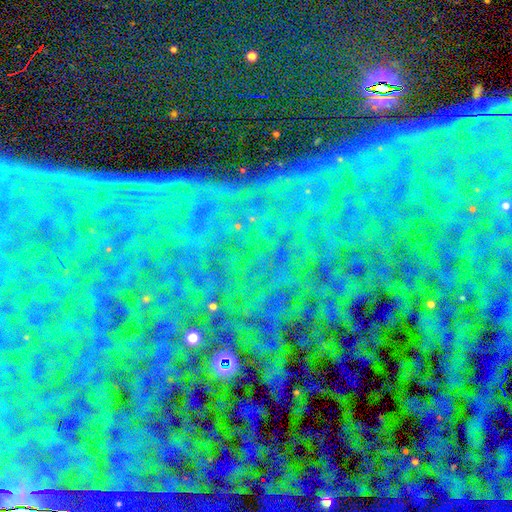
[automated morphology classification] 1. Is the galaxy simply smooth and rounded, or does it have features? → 86% star or artifact, 7% featured or disk, 7% smooth.